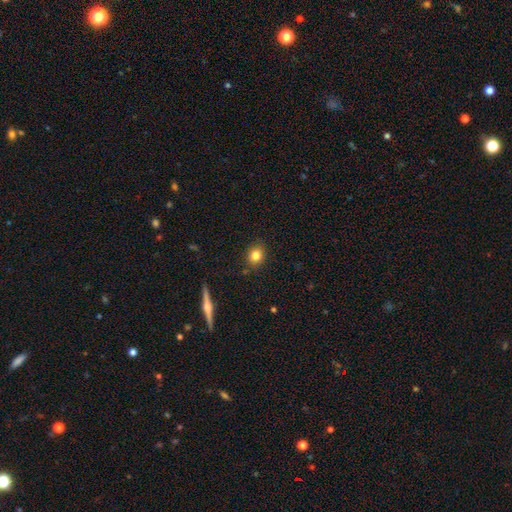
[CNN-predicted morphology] type=smooth (81%); roundness=round (71%); merging=none (86%).